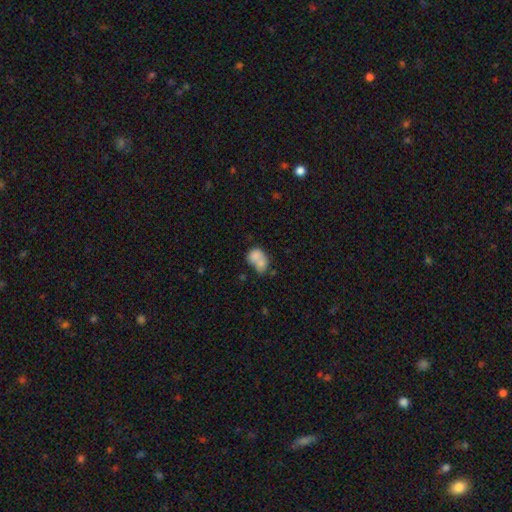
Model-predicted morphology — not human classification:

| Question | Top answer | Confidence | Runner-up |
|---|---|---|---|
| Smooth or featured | smooth | 73% | featured or disk (18%) |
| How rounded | in between | 60% | round (39%) |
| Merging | merger | 59% | none (22%) |